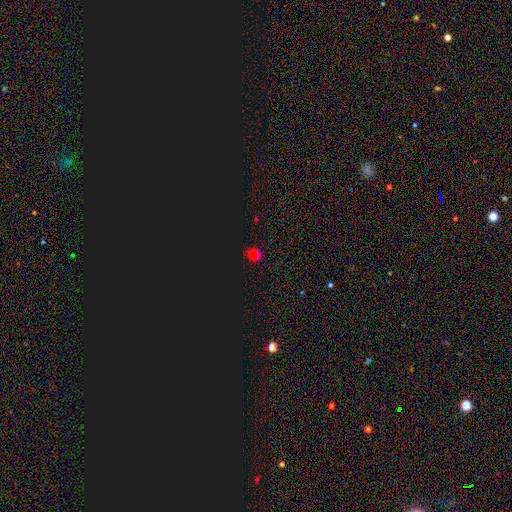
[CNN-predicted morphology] smooth_or_featured: star or artifact (p=0.56) [alt: smooth p=0.37]